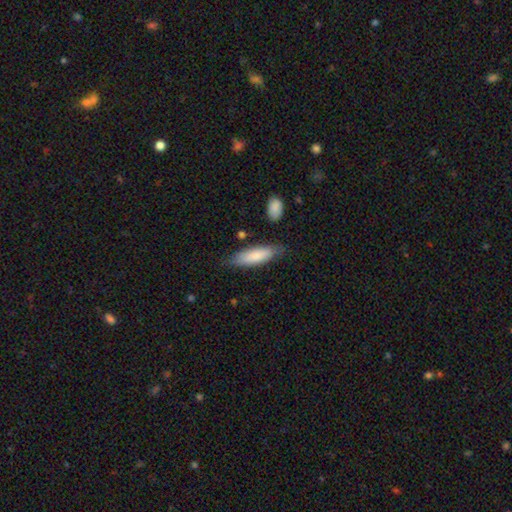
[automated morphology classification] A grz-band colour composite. It shows a smooth galaxy with no disk features (80%) that is cigar-shaped (54%). Merging: none (76%).